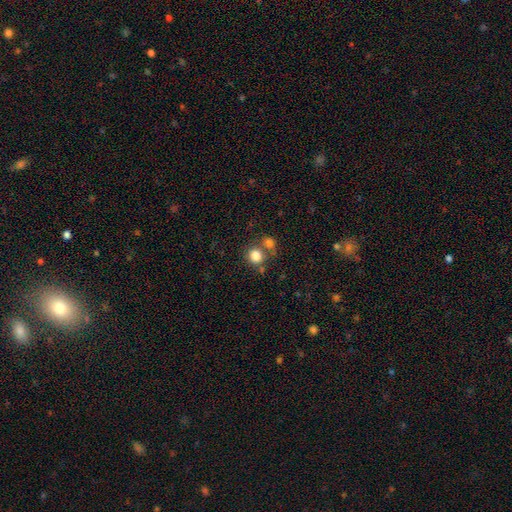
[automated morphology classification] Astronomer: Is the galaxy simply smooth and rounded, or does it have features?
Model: smooth — 81%.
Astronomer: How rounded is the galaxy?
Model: round — 87%.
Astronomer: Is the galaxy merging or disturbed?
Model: none — 60%.